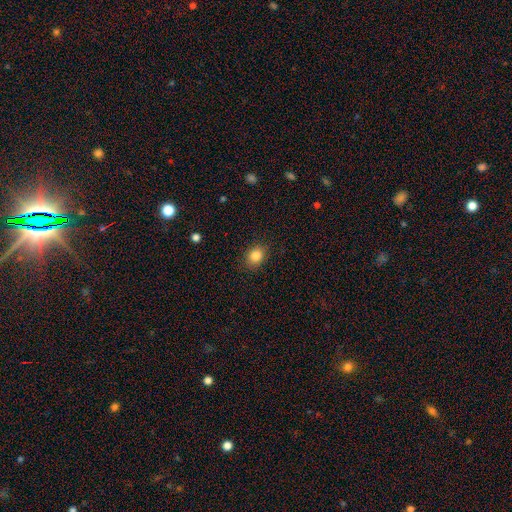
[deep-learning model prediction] Q: Smooth or featured?
A: smooth (85%); runner-up: star or artifact (10%)
Q: How rounded?
A: in between (51%); runner-up: round (49%)
Q: Merging?
A: none (87%); runner-up: minor disturbance (9%)